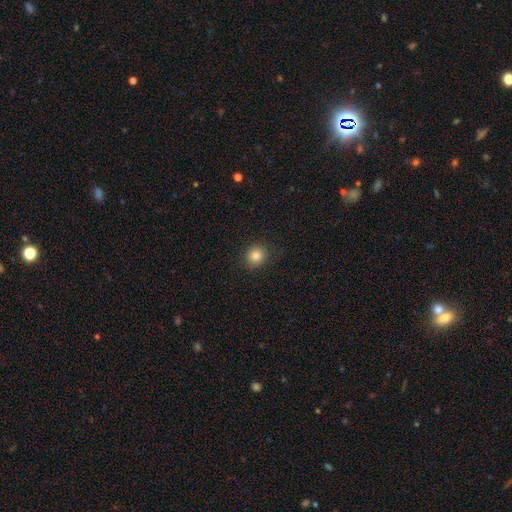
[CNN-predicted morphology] smooth-or-featured: smooth: 83% | star or artifact: 11% | featured or disk: 5%
  how-rounded: round: 86% | in between: 13% | cigar-shaped: 1%
  merging: none: 89% | minor disturbance: 8% | major disturbance: 2% | merger: 1%